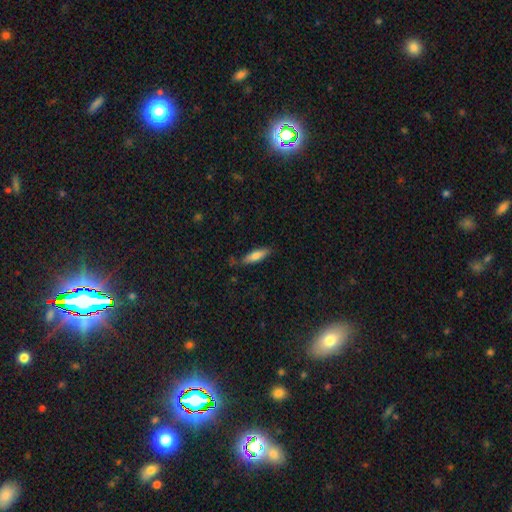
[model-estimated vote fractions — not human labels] A smooth galaxy with no disk features (75%) that is cigar-shaped (60%). Merging: none (73%).